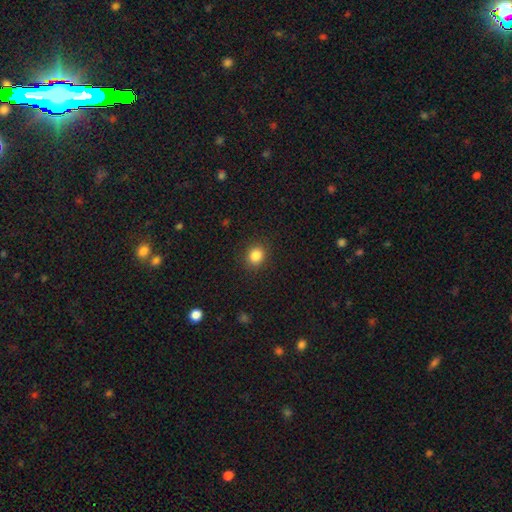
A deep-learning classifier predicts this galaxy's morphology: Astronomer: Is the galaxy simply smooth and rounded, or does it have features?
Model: smooth — 85%.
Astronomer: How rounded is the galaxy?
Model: round — 70%.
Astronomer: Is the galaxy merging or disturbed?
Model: none — 89%.